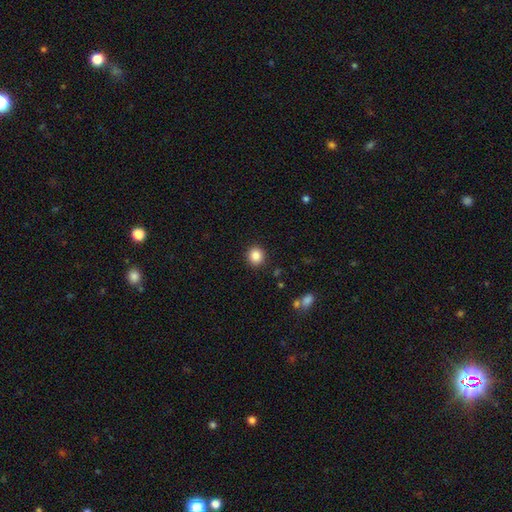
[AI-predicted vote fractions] Morphology: type=smooth (86%); roundness=round (91%); merging=none (92%).